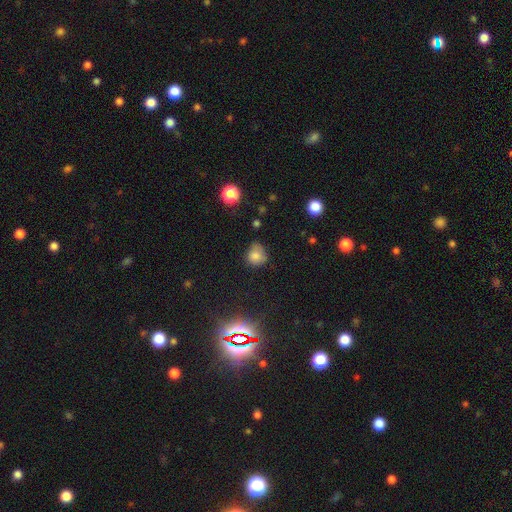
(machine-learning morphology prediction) A smooth galaxy with no disk features (76%) that is round (76%). Merging: none (53%).